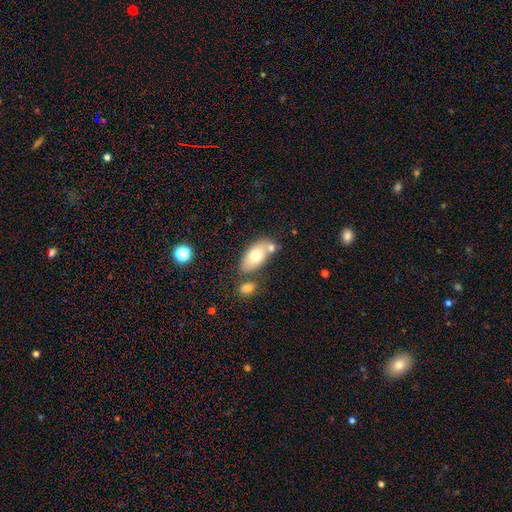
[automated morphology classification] Smooth or featured: smooth — 69% (featured or disk — 24%)
How rounded: in between — 90% (round — 6%)
Merging: none — 53% (merger — 27%)